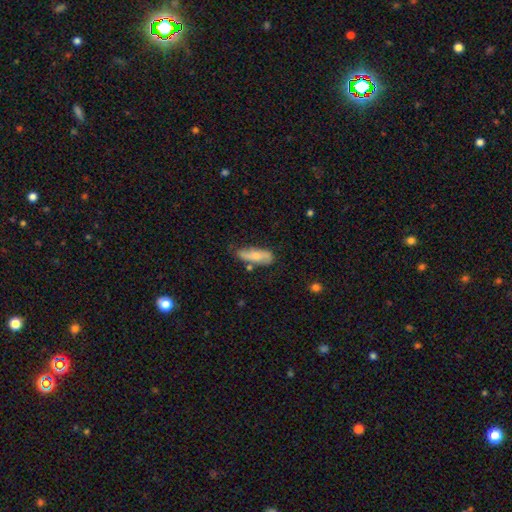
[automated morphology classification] smooth 60%, featured or disk 34%, star or artifact 6%. Down the decision tree: how rounded — in between (57%); merging — none (67%).